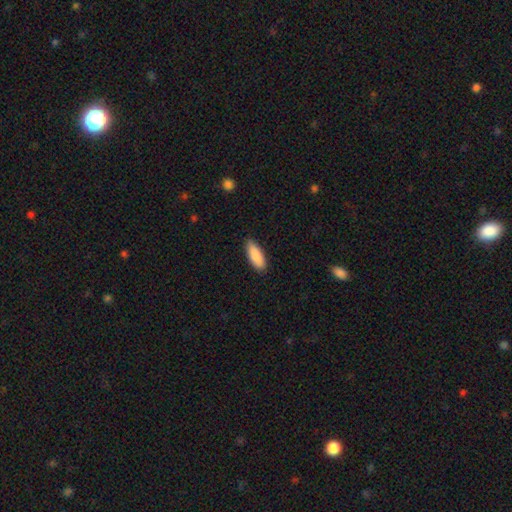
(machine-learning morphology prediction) Smooth or featured? Predicted: smooth (p=0.86). How rounded? Predicted: in between (p=0.70). Merging? Predicted: none (p=0.87).